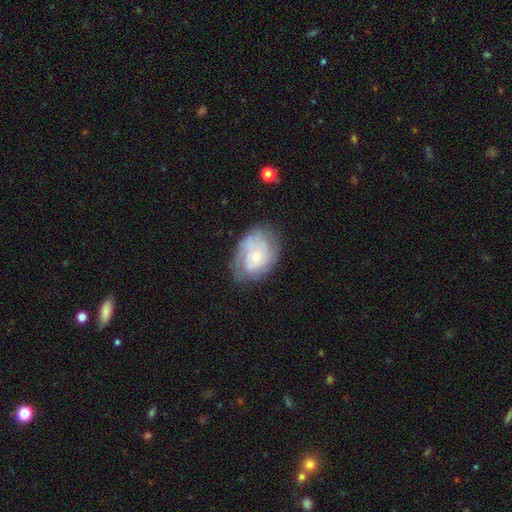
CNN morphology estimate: The model was most divided on "spiral arm count": can't tell: 45%, 2: 22%, 3: 15%, 1: 8%, 4: 6%, more than 4: 4%. More confident: edge-on disk — no (97%); spiral arms — yes (86%); bar — no (77%); smooth or featured — featured or disk (69%); merging — none (66%); bulge size — small (66%); spiral winding — tight (61%).